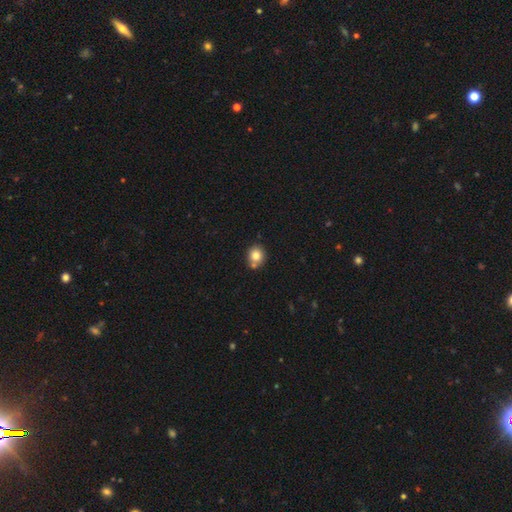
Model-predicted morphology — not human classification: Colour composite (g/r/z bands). It shows a smooth galaxy with no disk features (81%) that is round (79%). Merging: none (66%).